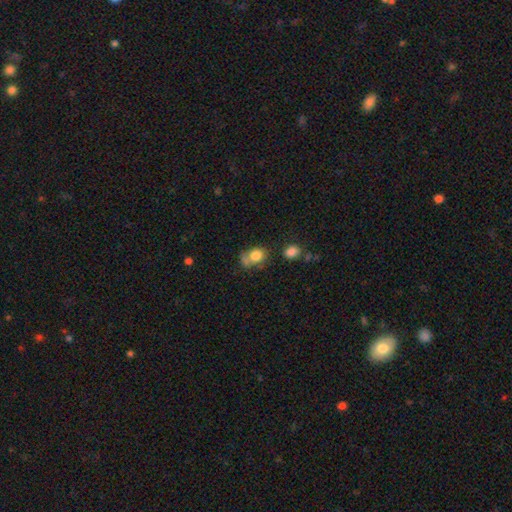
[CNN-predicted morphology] Smooth or featured? Predicted: smooth (p=0.78). How rounded? Predicted: in between (p=0.52). Merging? Predicted: none (p=0.38).